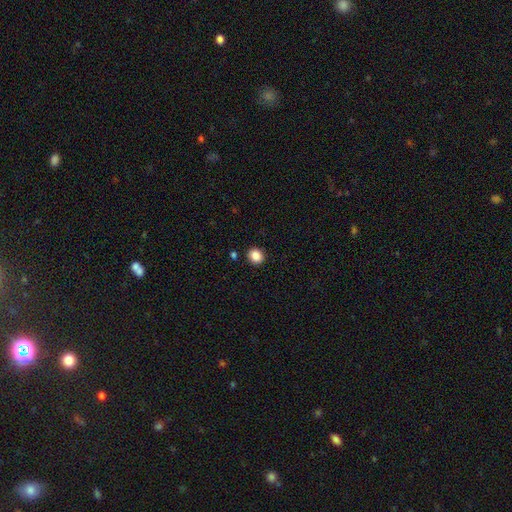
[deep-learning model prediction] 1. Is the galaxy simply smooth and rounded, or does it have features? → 86% smooth, 10% star or artifact, 4% featured or disk.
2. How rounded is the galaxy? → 76% round, 23% in between, 1% cigar-shaped.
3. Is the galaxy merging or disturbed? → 91% none, 6% minor disturbance, 2% merger, 2% major disturbance.